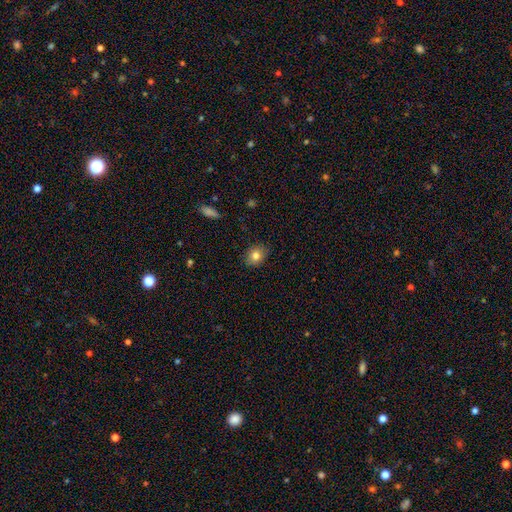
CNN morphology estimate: Smooth or featured?
  - smooth: 81% *
  - featured or disk: 10%
  - star or artifact: 10%
How rounded?
  - round: 51% *
  - in between: 48%
  - cigar-shaped: 1%
Merging?
  - none: 85% *
  - minor disturbance: 12%
  - major disturbance: 2%
  - merger: 1%